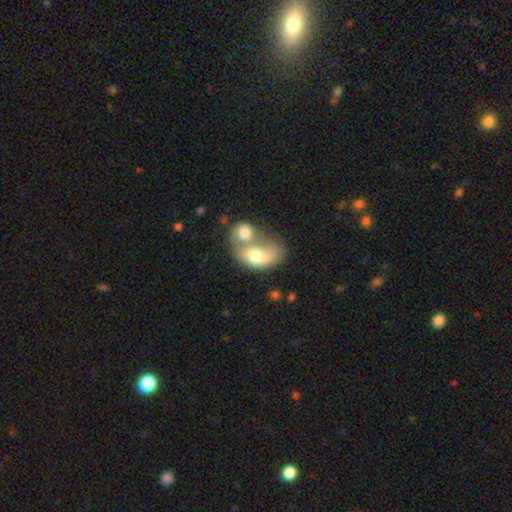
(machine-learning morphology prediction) This appears to be a smooth galaxy with no disk features (61%) that is in between round and cigar-shaped (77%). Merging: merger (76%).